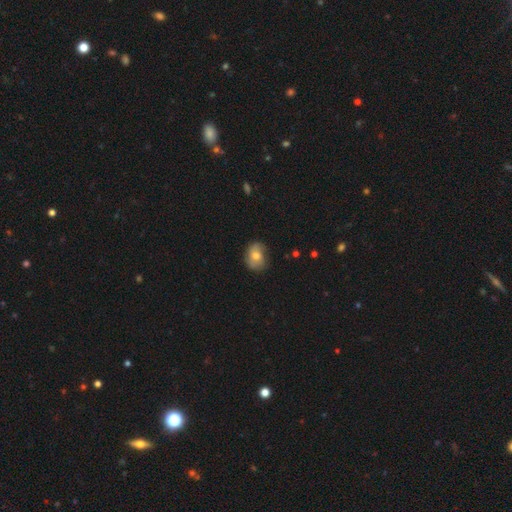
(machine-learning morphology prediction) type=smooth (55%); roundness=in between (51%); merging=none (69%).